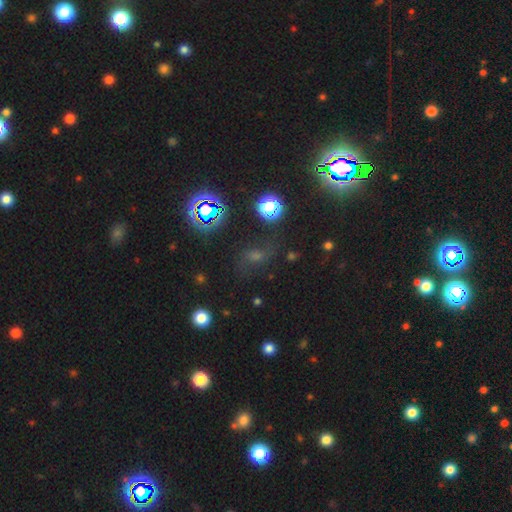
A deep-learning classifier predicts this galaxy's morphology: This appears to be a star or artifact, not a galaxy (62%).